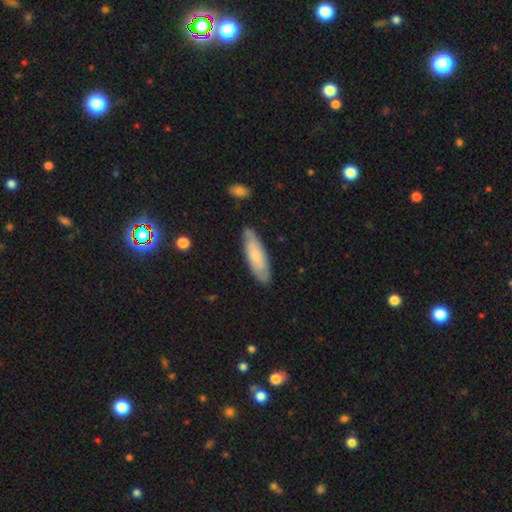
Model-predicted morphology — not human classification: A smooth galaxy with no disk features (60%) that is in between round and cigar-shaped (50%).

Vote fractions:
- Smooth or featured? smooth: 60% / featured or disk: 34% / star or artifact: 6%
- How rounded? in between: 50% / cigar-shaped: 49% / round: 2%
- Merging? none: 80% / minor disturbance: 15% / major disturbance: 3% / merger: 2%